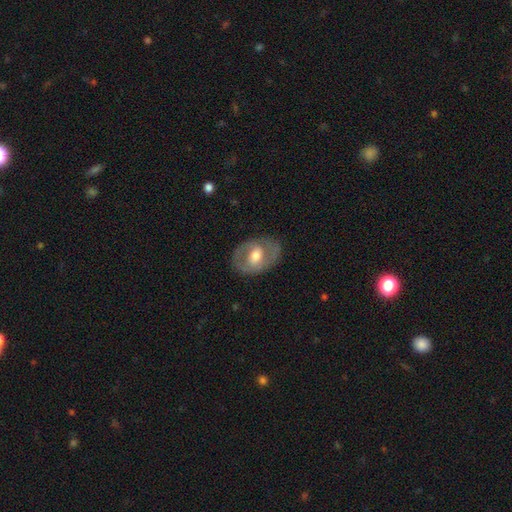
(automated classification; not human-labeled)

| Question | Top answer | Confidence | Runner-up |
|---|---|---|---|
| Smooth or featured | featured or disk | 62% | smooth (32%) |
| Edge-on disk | no | 94% | yes (6%) |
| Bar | no | 44% | weak (39%) |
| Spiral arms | yes | 52% | no (48%) |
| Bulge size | moderate | 68% | large (17%) |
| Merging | none | 77% | minor disturbance (15%) |